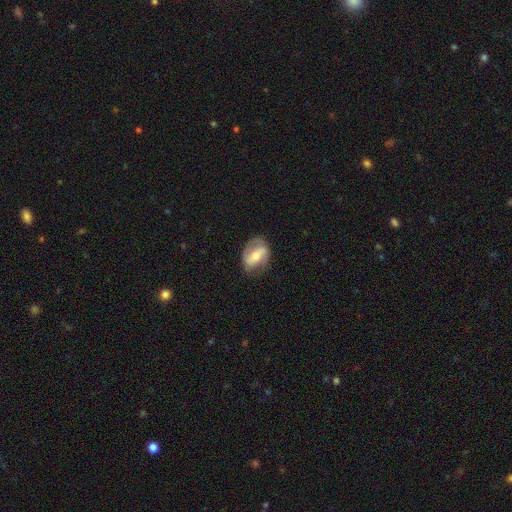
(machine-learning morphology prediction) type=featured or disk (61%); edge-on=no (95%); bar=strong (42%); spiral arms=yes (77%); bulge=moderate (54%); merging=none (70%).